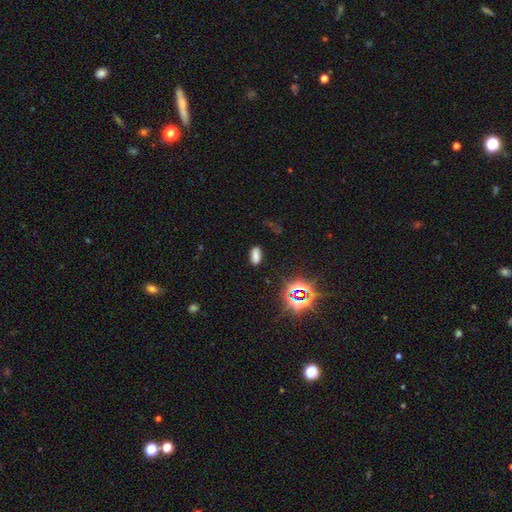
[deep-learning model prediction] Q: Smooth or featured?
A: smooth (68%); runner-up: star or artifact (25%)
Q: How rounded?
A: in between (86%); runner-up: cigar-shaped (10%)
Q: Merging?
A: none (82%); runner-up: minor disturbance (12%)